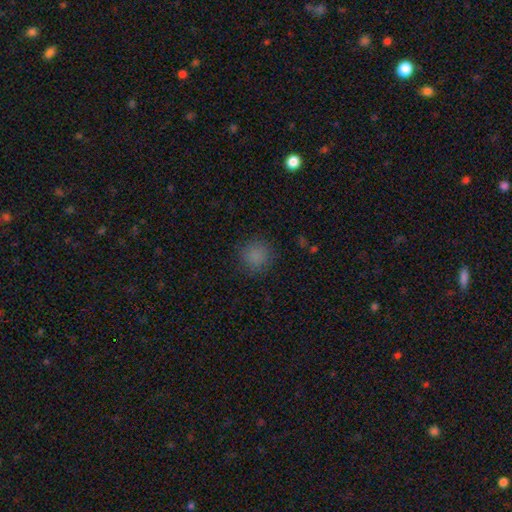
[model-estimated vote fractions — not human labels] A smooth galaxy with no disk features (84%) that is round (92%).

Vote fractions:
- Smooth or featured? smooth: 84% / star or artifact: 12% / featured or disk: 4%
- How rounded? round: 92% / in between: 7% / cigar-shaped: 1%
- Merging? none: 87% / minor disturbance: 9% / major disturbance: 3% / merger: 1%